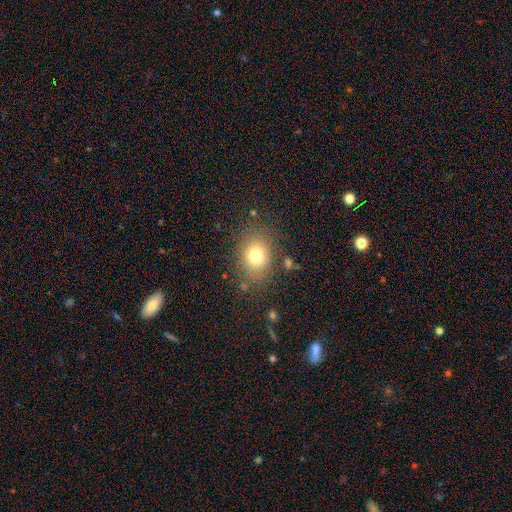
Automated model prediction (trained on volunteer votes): A smooth galaxy with no disk features (76%) that is round (54%).

Vote fractions:
- Smooth or featured? smooth: 76% / star or artifact: 13% / featured or disk: 11%
- How rounded? round: 54% / in between: 46% / cigar-shaped: 1%
- Merging? none: 77% / minor disturbance: 14% / major disturbance: 6% / merger: 3%